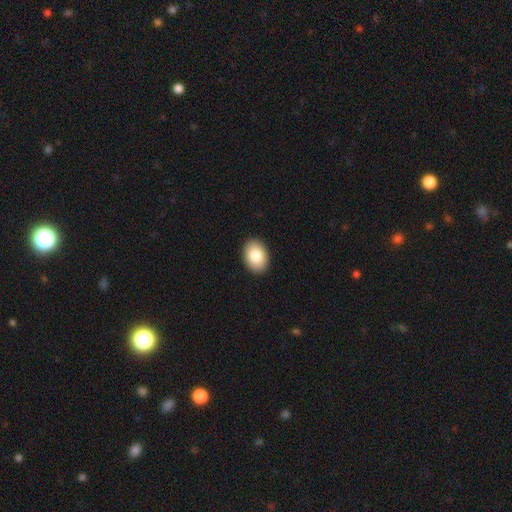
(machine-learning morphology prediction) Smooth or featured: smooth — 85% (featured or disk — 8%)
How rounded: in between — 79% (round — 20%)
Merging: none — 91% (minor disturbance — 6%)